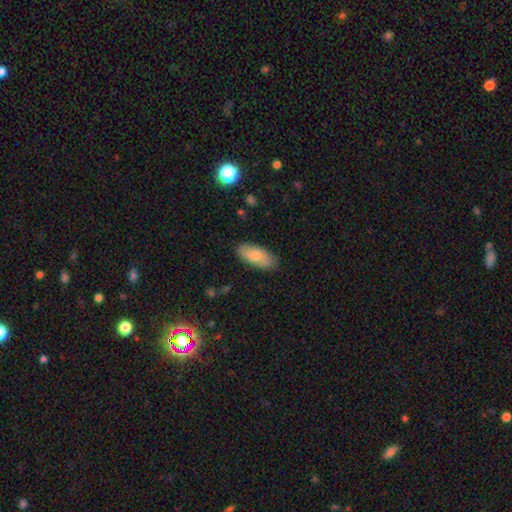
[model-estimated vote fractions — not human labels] This appears to be a smooth galaxy with no disk features (70%) that is in between round and cigar-shaped (89%). Merging: none (83%).